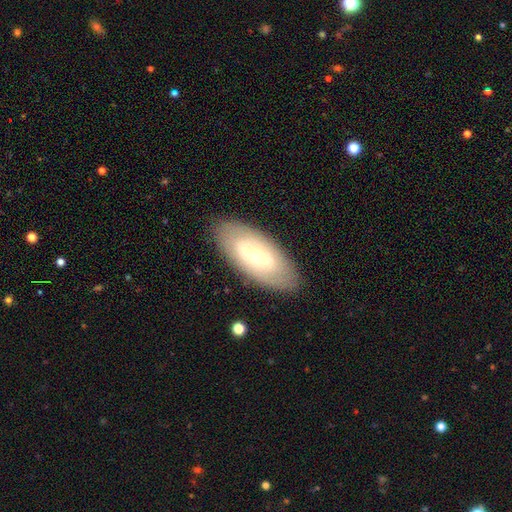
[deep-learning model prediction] Smooth or featured: featured or disk — 51% (smooth — 42%)
Edge-on disk: no — 86% (yes — 14%)
Merging: none — 84% (minor disturbance — 11%)